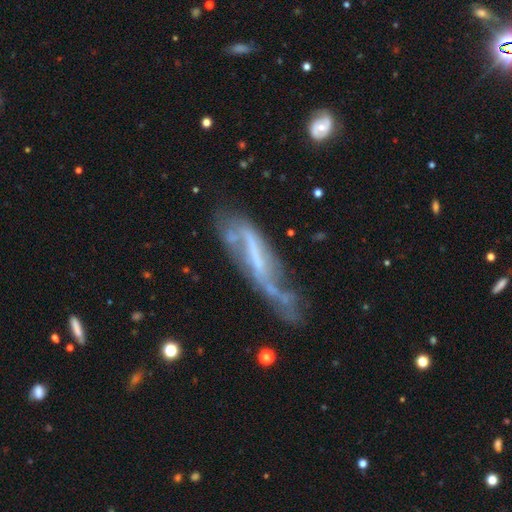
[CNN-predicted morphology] Smooth or featured? Predicted: featured or disk (p=0.71). Edge-on disk? Predicted: no (p=0.66). Merging? Predicted: none (p=0.38).